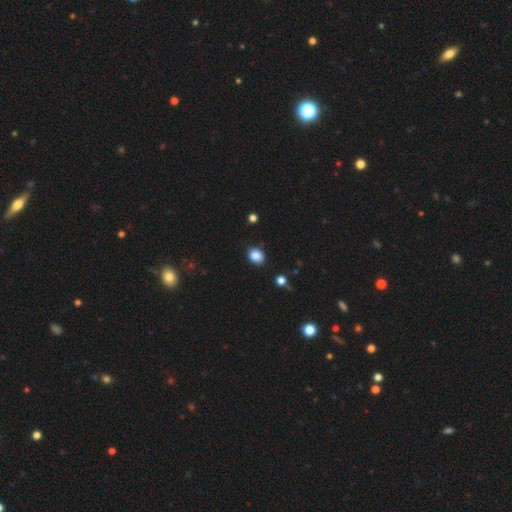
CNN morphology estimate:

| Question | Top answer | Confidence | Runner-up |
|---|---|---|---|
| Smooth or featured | smooth | 86% | star or artifact (10%) |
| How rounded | round | 50% | in between (49%) |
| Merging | none | 87% | minor disturbance (10%) |